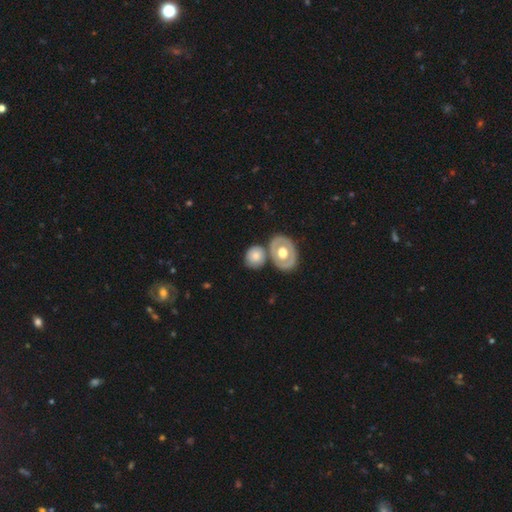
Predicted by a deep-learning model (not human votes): Smooth or featured? smooth (60%)
How rounded? round (54%)
Merging? none (65%)